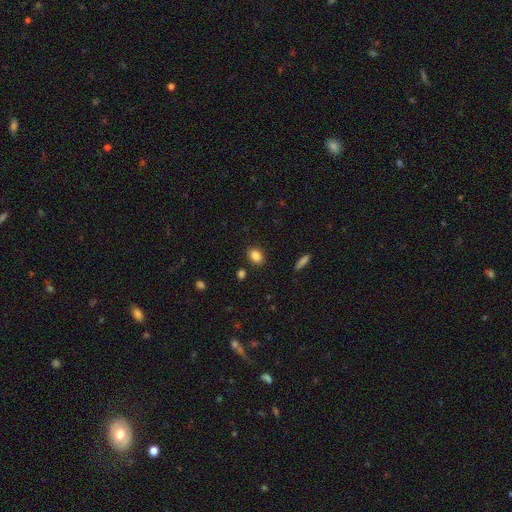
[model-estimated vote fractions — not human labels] This is clearly a smooth galaxy (86%). How rounded: likely in between (74%). Merging: clearly none (86%).